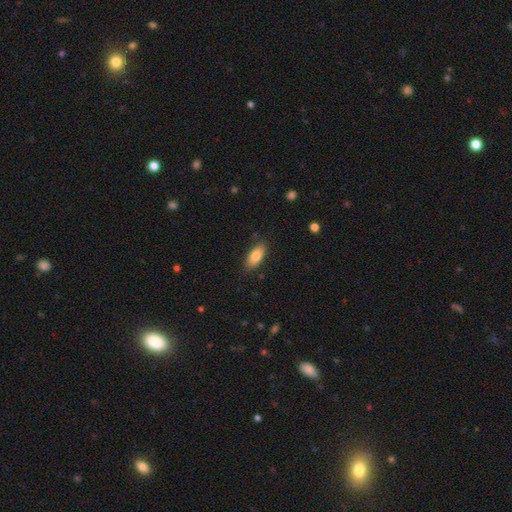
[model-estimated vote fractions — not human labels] Q: Smooth or featured?
A: smooth (81%); runner-up: featured or disk (12%)
Q: How rounded?
A: in between (84%); runner-up: cigar-shaped (14%)
Q: Merging?
A: none (84%); runner-up: minor disturbance (12%)